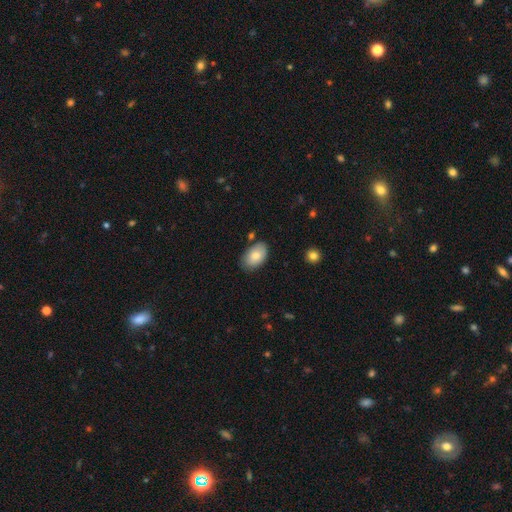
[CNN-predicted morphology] This is likely a smooth galaxy (80%). How rounded: clearly in between (92%). Merging: likely none (78%).